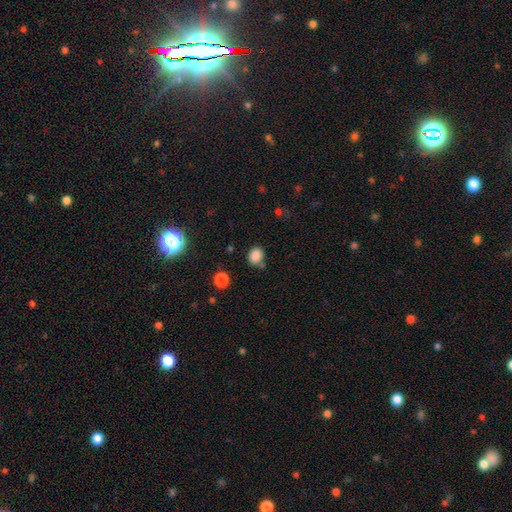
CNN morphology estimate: Q: Smooth or featured?
A: smooth (84%); runner-up: star or artifact (12%)
Q: How rounded?
A: in between (52%); runner-up: round (47%)
Q: Merging?
A: none (69%); runner-up: minor disturbance (17%)